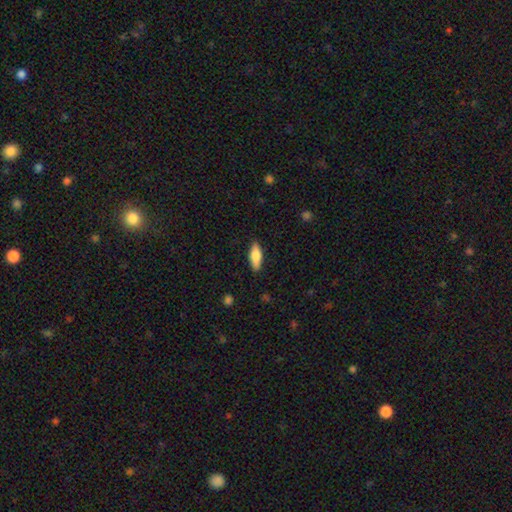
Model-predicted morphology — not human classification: A smooth galaxy with no disk features (74%) that is in between round and cigar-shaped (65%). Merging: none (87%).